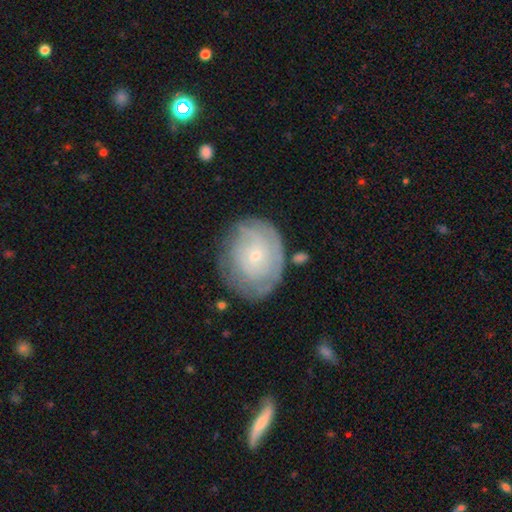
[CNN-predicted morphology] Q: Smooth or featured?
A: featured or disk (61%); runner-up: smooth (32%)
Q: Edge-on disk?
A: no (96%); runner-up: yes (4%)
Q: Bar?
A: no (83%); runner-up: weak (15%)
Q: Spiral arms?
A: yes (72%); runner-up: no (28%)
Q: Bulge size?
A: small (76%); runner-up: moderate (20%)
Q: Merging?
A: none (70%); runner-up: minor disturbance (20%)